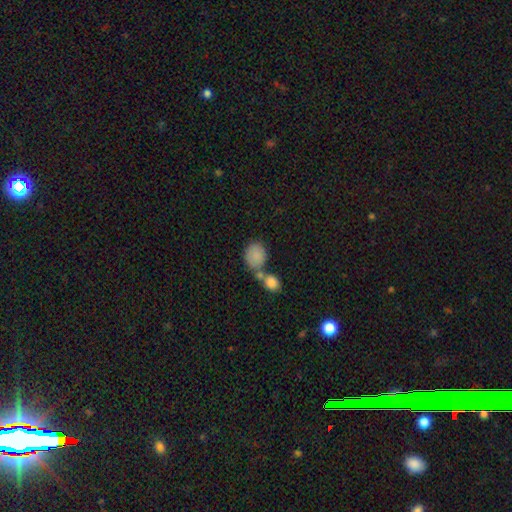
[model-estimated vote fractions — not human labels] This appears to be a smooth galaxy with no disk features (86%) that is round (59%). Merging: none (44%).